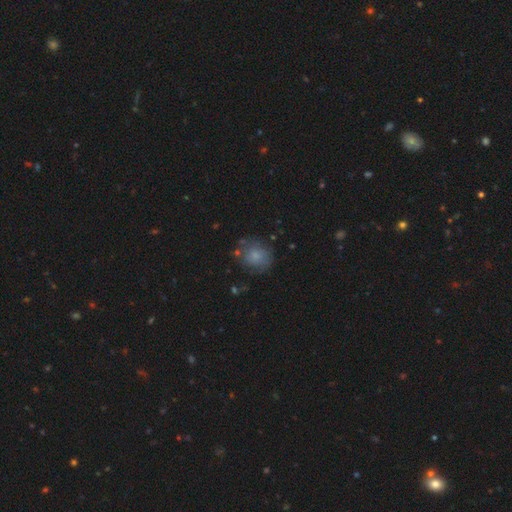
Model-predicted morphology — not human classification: Q: Smooth or featured?
A: smooth (74%); runner-up: featured or disk (16%)
Q: How rounded?
A: round (78%); runner-up: in between (21%)
Q: Merging?
A: none (68%); runner-up: minor disturbance (20%)